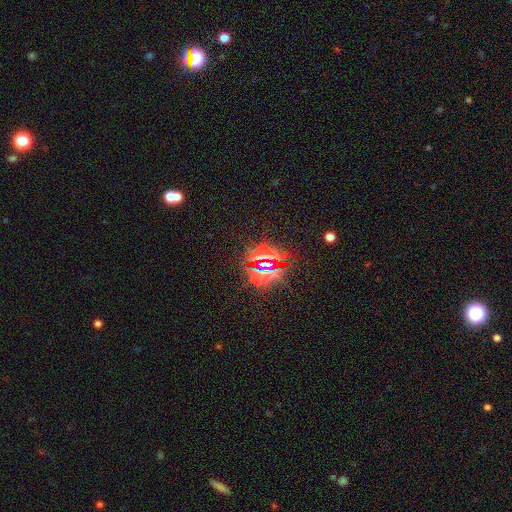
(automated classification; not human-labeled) smooth-or-featured: star or artifact: 83% | smooth: 9% | featured or disk: 8%